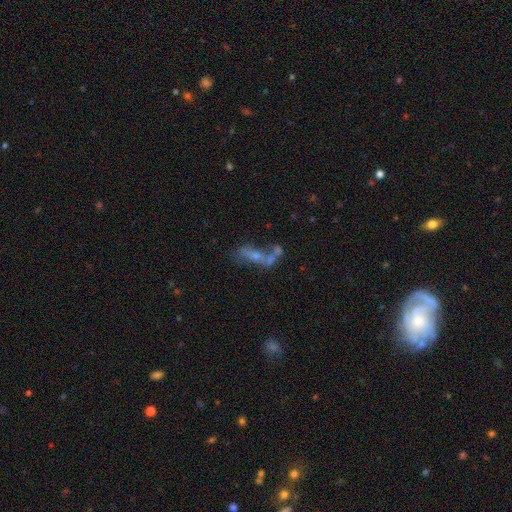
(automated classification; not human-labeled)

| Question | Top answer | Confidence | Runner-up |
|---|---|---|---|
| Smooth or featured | featured or disk | 47% | smooth (34%) |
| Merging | merger | 43% | none (30%) |